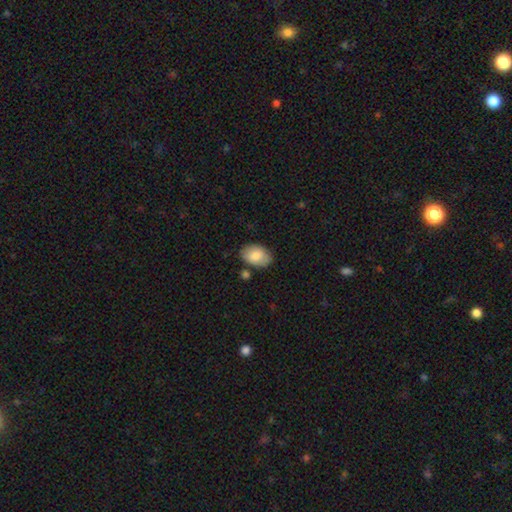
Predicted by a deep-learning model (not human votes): Overall: smooth (79%). How rounded: in between (89%). Merging: none (77%).